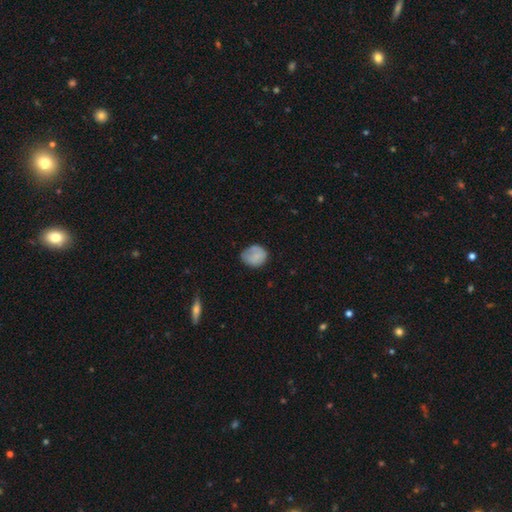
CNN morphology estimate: Smooth or featured? Predicted: smooth (p=0.78). How rounded? Predicted: round (p=0.66). Merging? Predicted: none (p=0.62).